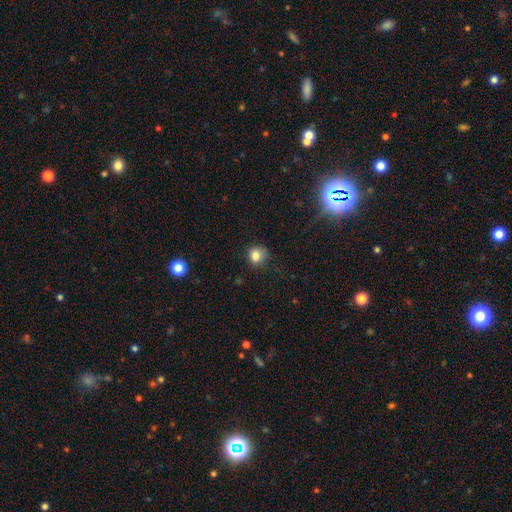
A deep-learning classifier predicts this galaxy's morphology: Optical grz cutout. It shows a smooth galaxy with no disk features (83%) that is round (79%). Merging: none (75%).